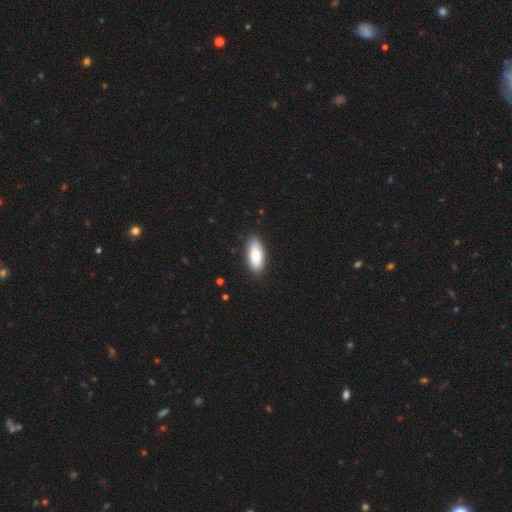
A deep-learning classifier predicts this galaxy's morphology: This is clearly a smooth galaxy (84%). How rounded: clearly in between (84%). Merging: clearly none (87%).